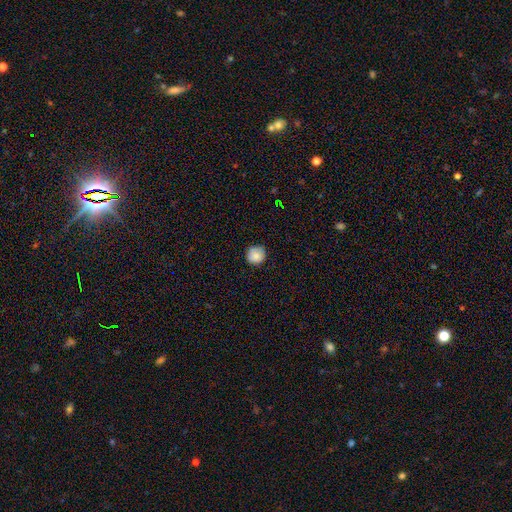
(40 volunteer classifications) smooth-or-featured: smooth: 80% | featured or disk: 12% | star or artifact: 8%
  how-rounded: round: 94% | in between: 6% | cigar-shaped: 0%
  merging: none: 97% | minor disturbance: 3% | major disturbance: 0% | merger: 0%